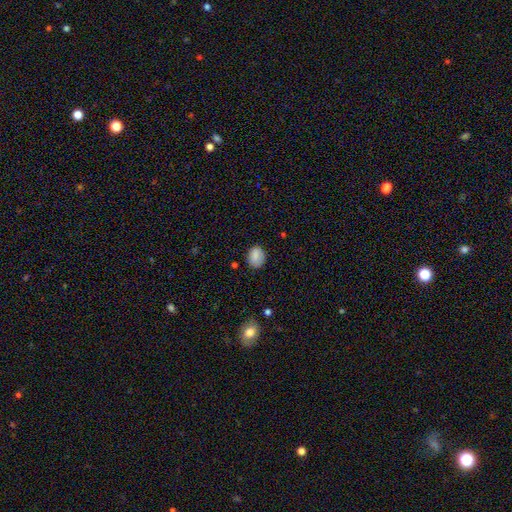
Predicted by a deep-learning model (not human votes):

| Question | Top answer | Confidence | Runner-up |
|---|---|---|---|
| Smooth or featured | smooth | 83% | star or artifact (9%) |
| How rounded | in between | 50% | round (49%) |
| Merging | none | 78% | minor disturbance (17%) |